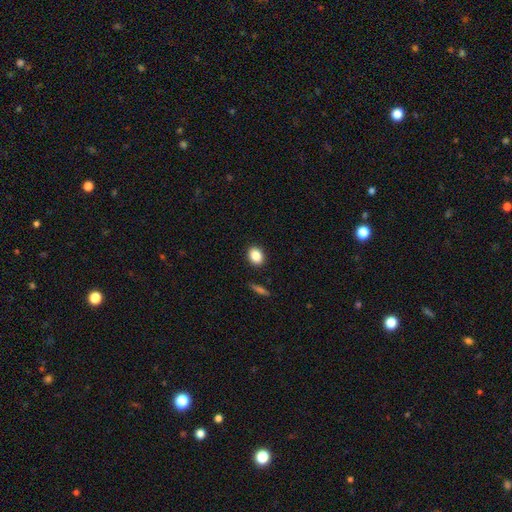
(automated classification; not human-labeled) Overall: smooth (85%). How rounded: in between (59%; round 40%). Merging: none (88%).